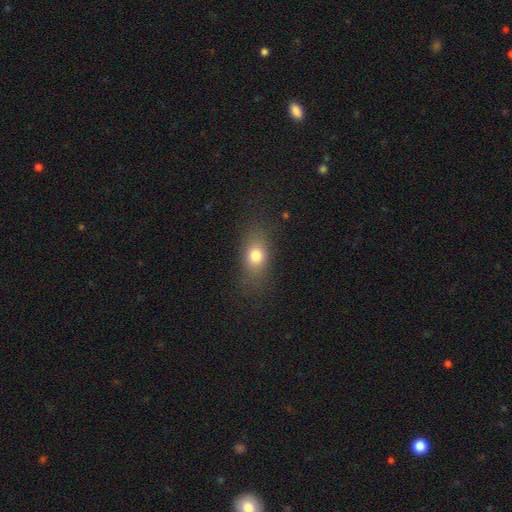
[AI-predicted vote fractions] This appears to be a smooth galaxy with no disk features (76%) that is in between round and cigar-shaped (70%). Merging: none (79%).